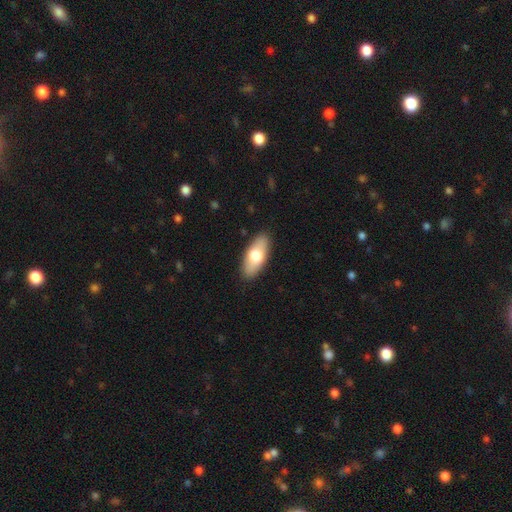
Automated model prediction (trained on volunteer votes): smooth 69%, featured or disk 26%, star or artifact 6%. Down the decision tree: how rounded — in between (82%); merging — none (88%).